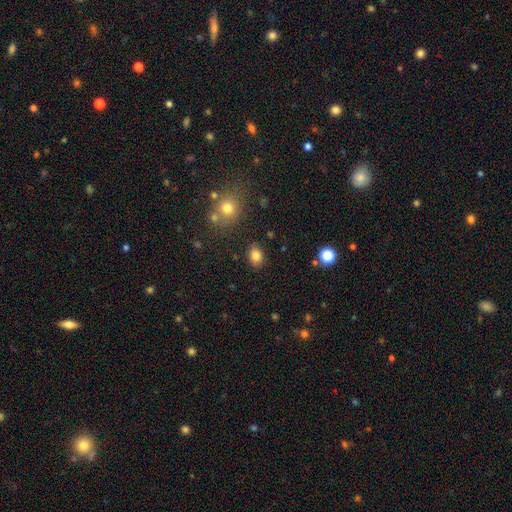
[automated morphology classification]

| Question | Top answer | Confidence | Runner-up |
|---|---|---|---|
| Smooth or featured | smooth | 82% | star or artifact (11%) |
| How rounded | in between | 67% | round (31%) |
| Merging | none | 84% | minor disturbance (11%) |